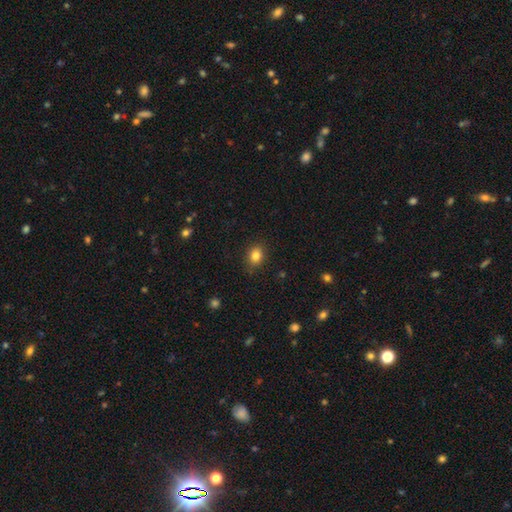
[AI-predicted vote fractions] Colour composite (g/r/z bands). It shows a smooth galaxy with no disk features (83%) that is round (50%, tied with in between). Merging: none (88%).